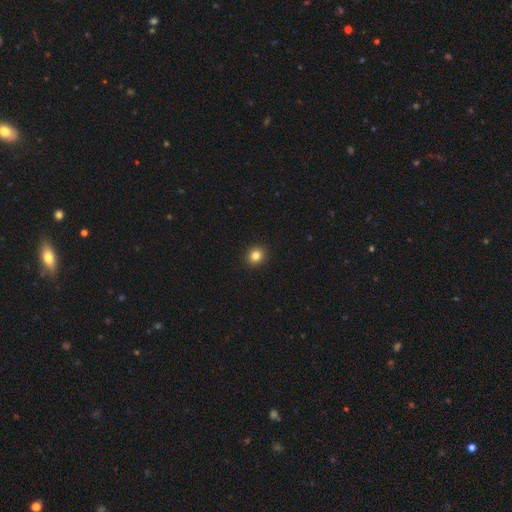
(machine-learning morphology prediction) Smooth or featured? Predicted: smooth (p=0.83). How rounded? Predicted: round (p=0.87). Merging? Predicted: none (p=0.93).